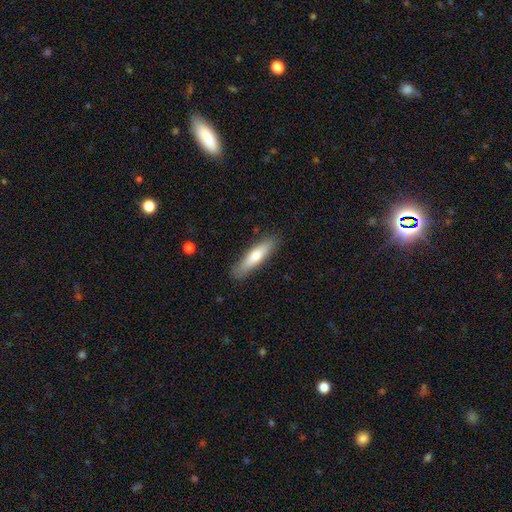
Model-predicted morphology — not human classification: Smooth or featured?
  - smooth: 65% *
  - featured or disk: 30%
  - star or artifact: 6%
How rounded?
  - cigar-shaped: 77% *
  - in between: 22%
  - round: 1%
Merging?
  - none: 86% *
  - minor disturbance: 10%
  - major disturbance: 2%
  - merger: 1%